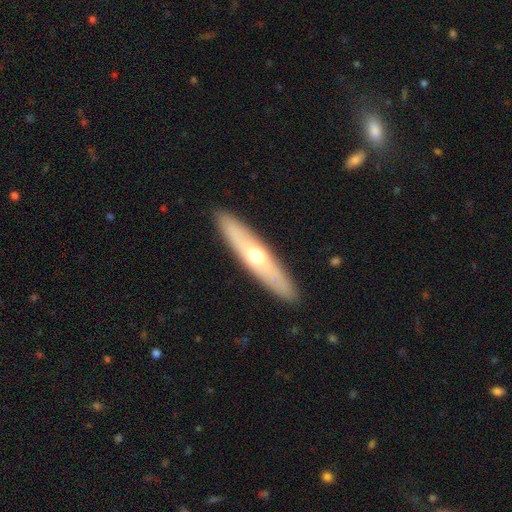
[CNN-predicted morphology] smooth 49%, featured or disk 46%, star or artifact 5%. Down the decision tree: merging — none (90%).